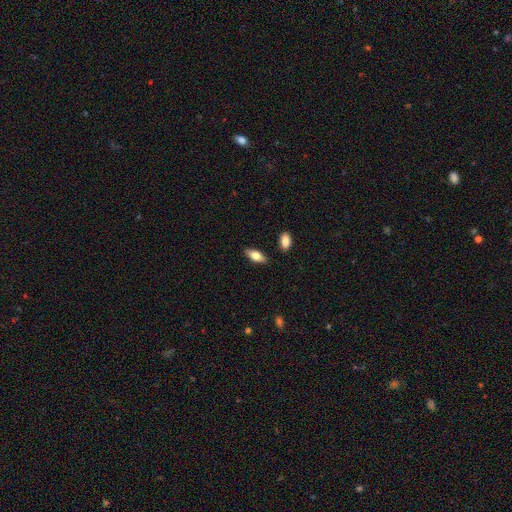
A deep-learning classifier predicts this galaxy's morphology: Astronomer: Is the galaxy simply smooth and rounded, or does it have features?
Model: smooth — 70%.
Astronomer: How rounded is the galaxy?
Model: in between — 77%.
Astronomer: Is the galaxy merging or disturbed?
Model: none — 87%.